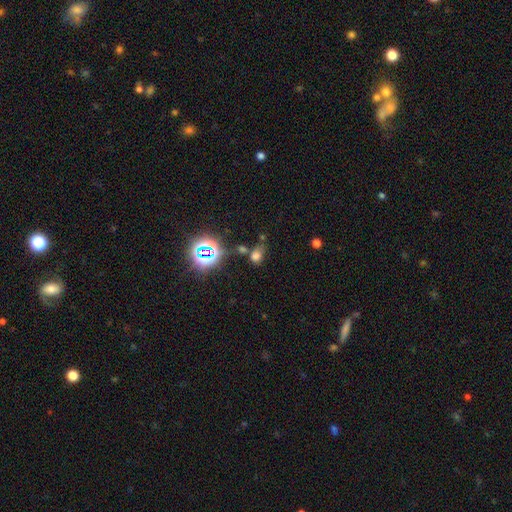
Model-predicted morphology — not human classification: This appears to be a smooth galaxy with no disk features (59%) that is in between round and cigar-shaped (58%). Merging: none (49%).